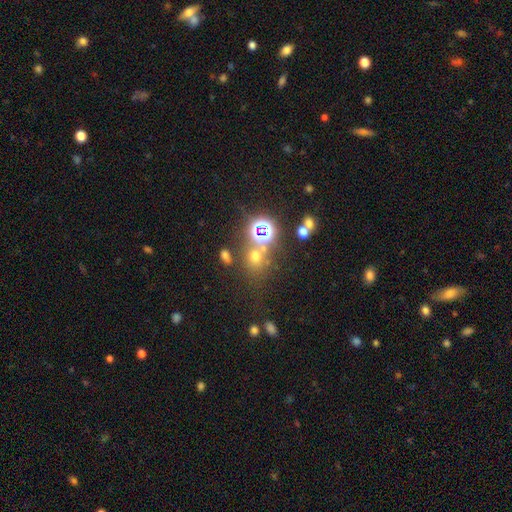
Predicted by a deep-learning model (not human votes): smooth-or-featured: star or artifact: 48% | smooth: 42% | featured or disk: 10%